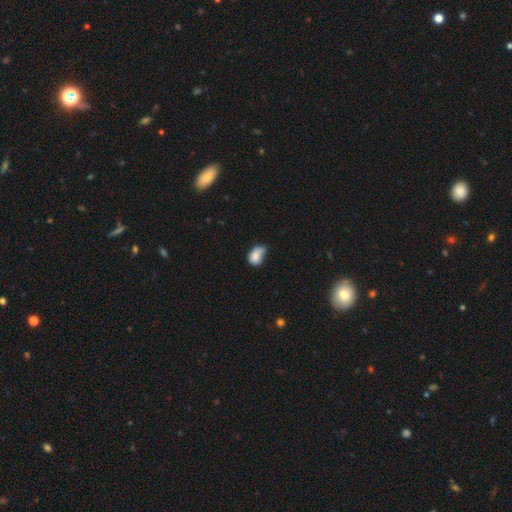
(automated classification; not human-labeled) Q: Smooth or featured?
A: smooth (76%); runner-up: featured or disk (14%)
Q: How rounded?
A: in between (77%); runner-up: round (21%)
Q: Merging?
A: minor disturbance (38%); runner-up: none (29%)